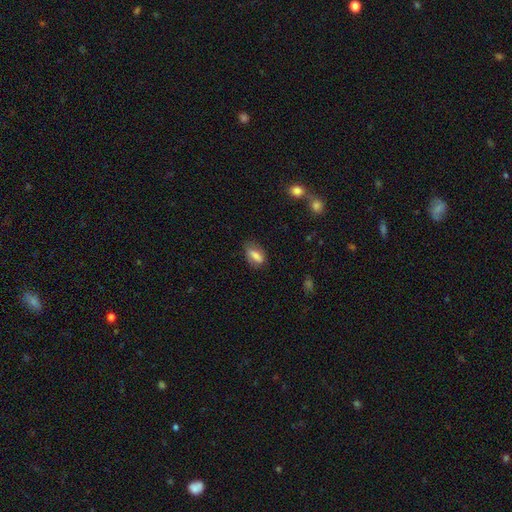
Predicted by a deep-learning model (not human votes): Smooth or featured?
  - smooth: 76% *
  - featured or disk: 16%
  - star or artifact: 8%
How rounded?
  - in between: 82% *
  - cigar-shaped: 12%
  - round: 6%
Merging?
  - none: 68% *
  - minor disturbance: 23%
  - major disturbance: 7%
  - merger: 2%